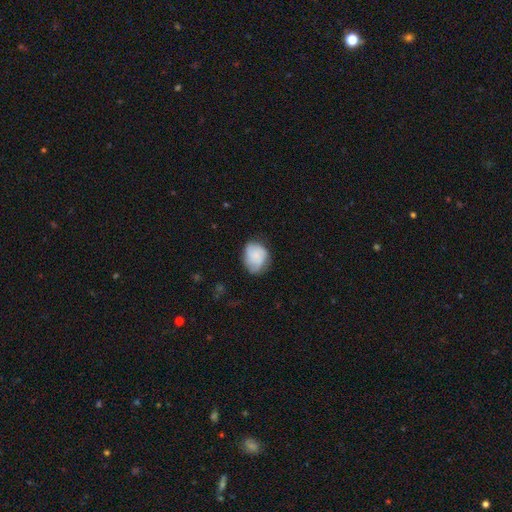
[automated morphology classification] Overall: smooth (66%; featured or disk 26%). How rounded: round (51%; in between 48%). Merging: none (61%; minor disturbance 29%).